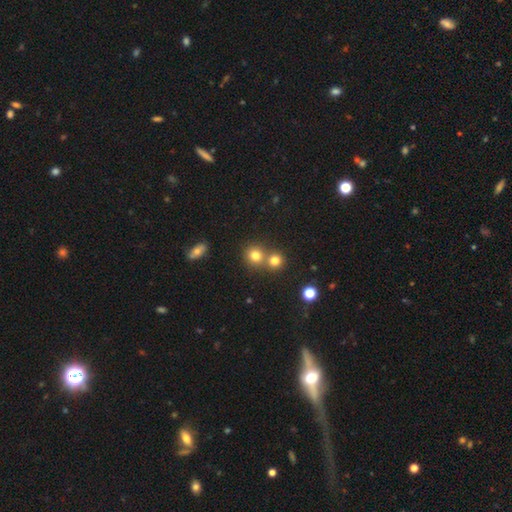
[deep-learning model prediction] smooth 77%, star or artifact 15%, featured or disk 8%. Down the decision tree: how rounded — round (86%); merging — none (56%).